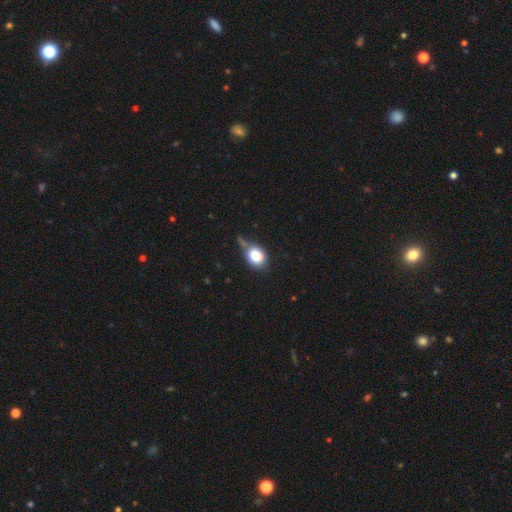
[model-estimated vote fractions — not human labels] A smooth galaxy with no disk features (78%) that is in between round and cigar-shaped (51%). Merging: minor disturbance (38%, tied with none).